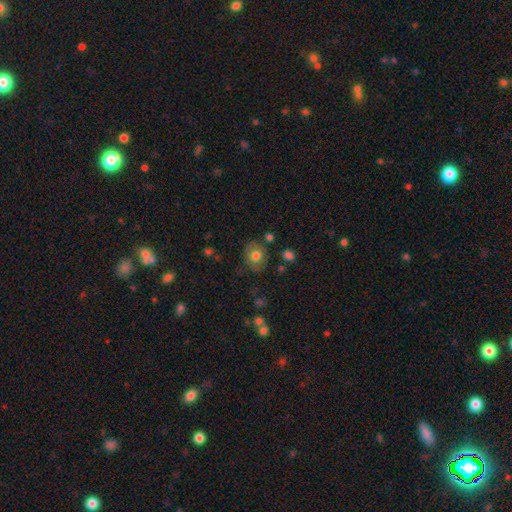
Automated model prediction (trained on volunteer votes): Smooth or featured? Predicted: smooth (p=0.69). How rounded? Predicted: round (p=0.69). Merging? Predicted: none (p=0.74).